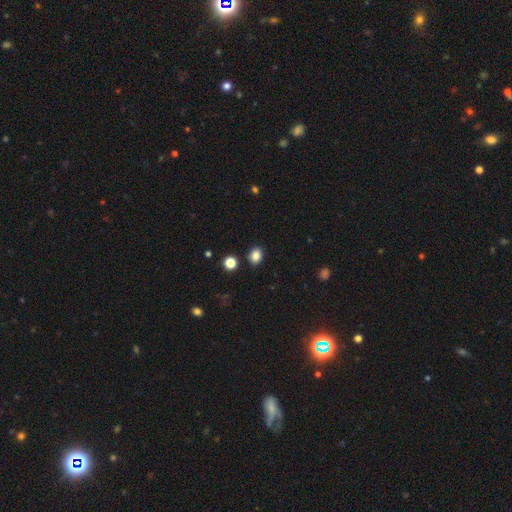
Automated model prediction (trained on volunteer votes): smooth-or-featured: smooth: 84% | star or artifact: 11% | featured or disk: 4%
  how-rounded: in between: 50% | round: 49% | cigar-shaped: 1%
  merging: none: 87% | minor disturbance: 8% | merger: 3% | major disturbance: 2%